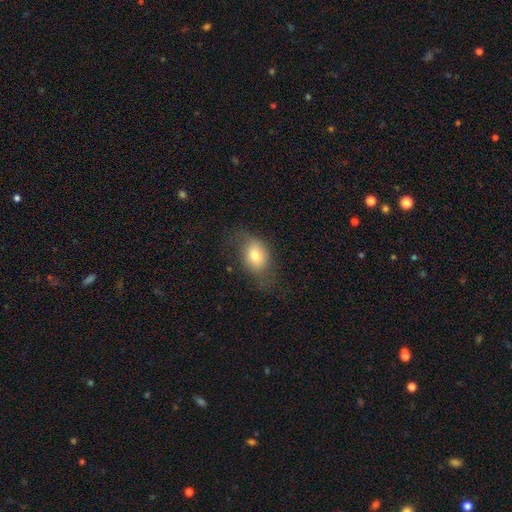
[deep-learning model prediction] This is likely a smooth galaxy (71%). How rounded: likely in between (71%). Merging: possibly none (56%).